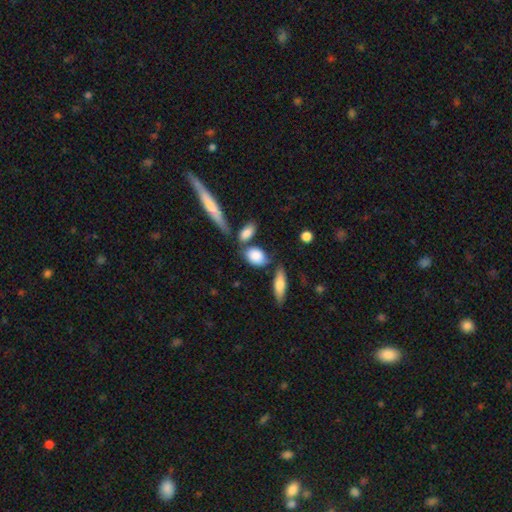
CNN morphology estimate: Q: Smooth or featured?
A: smooth (84%); runner-up: featured or disk (10%)
Q: How rounded?
A: in between (80%); runner-up: round (13%)
Q: Merging?
A: none (62%); runner-up: minor disturbance (16%)